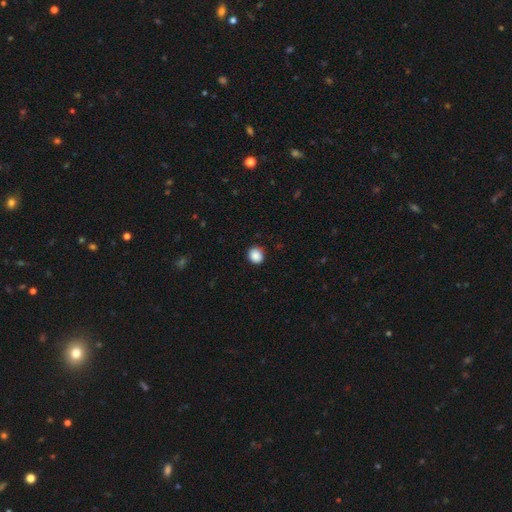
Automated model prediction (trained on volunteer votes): A smooth galaxy with no disk features (88%) that is round (85%).

Vote fractions:
- Smooth or featured? smooth: 88% / star or artifact: 9% / featured or disk: 3%
- How rounded? round: 85% / in between: 14% / cigar-shaped: 1%
- Merging? none: 90% / minor disturbance: 7% / major disturbance: 2% / merger: 1%